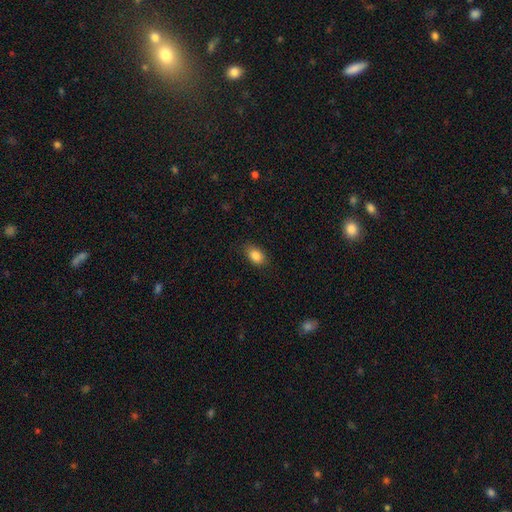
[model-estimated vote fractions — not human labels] Smooth or featured? Predicted: smooth (p=0.86). How rounded? Predicted: in between (p=0.87). Merging? Predicted: none (p=0.84).